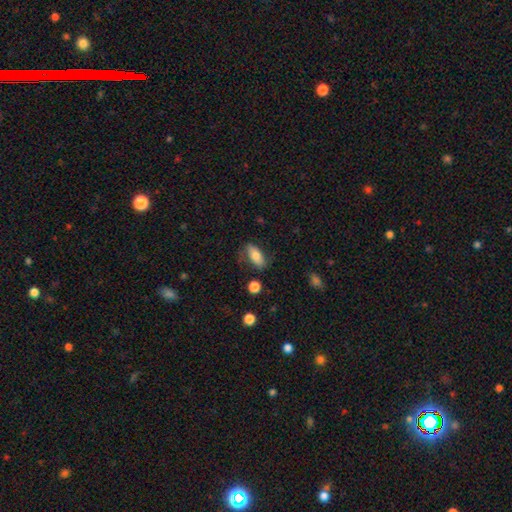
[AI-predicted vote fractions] smooth_or_featured: smooth (p=0.73) [alt: featured or disk p=0.20]
how_rounded: in between (p=0.79) [alt: cigar-shaped p=0.18]
merging: none (p=0.69) [alt: minor disturbance p=0.21]